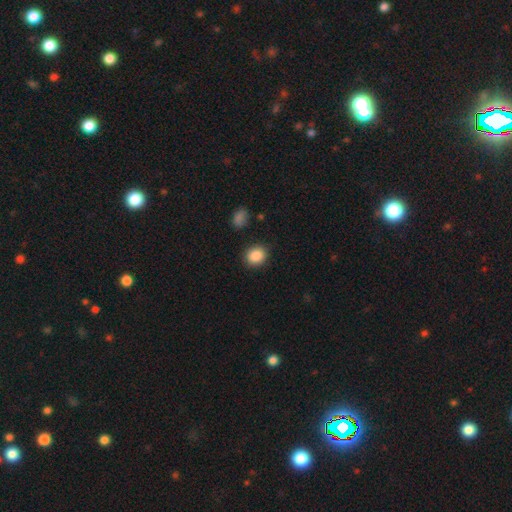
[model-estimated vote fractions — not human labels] A smooth galaxy with no disk features (88%) that is round (65%).

Vote fractions:
- Smooth or featured? smooth: 88% / star or artifact: 8% / featured or disk: 3%
- How rounded? round: 65% / in between: 34% / cigar-shaped: 1%
- Merging? none: 86% / minor disturbance: 9% / major disturbance: 3% / merger: 2%